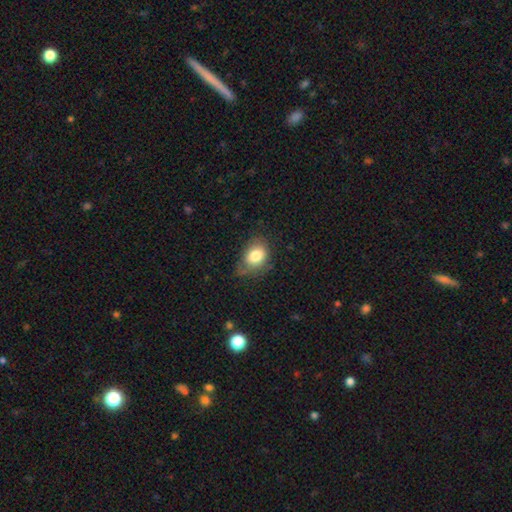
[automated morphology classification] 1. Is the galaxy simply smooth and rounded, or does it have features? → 79% smooth, 13% featured or disk, 8% star or artifact.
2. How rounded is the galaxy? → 69% in between, 30% round, 1% cigar-shaped.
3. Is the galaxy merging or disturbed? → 57% none, 31% minor disturbance, 10% major disturbance, 2% merger.